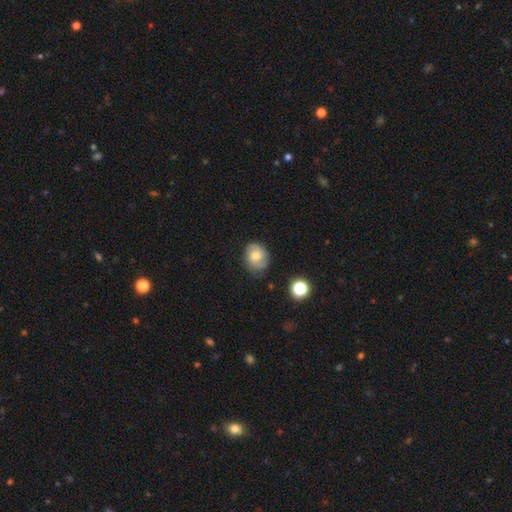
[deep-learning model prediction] smooth-or-featured: featured or disk: 55% | smooth: 36% | star or artifact: 9%
  disk-edge-on: no: 97% | yes: 3%
    bar: no: 65% | weak: 29% | strong: 5%
    has-spiral-arms: yes: 86% | no: 14%
    bulge-size: moderate: 68% | small: 24% | large: 5% | none: 2% | dominant: 1%
  merging: none: 74% | minor disturbance: 19% | major disturbance: 5% | merger: 2%